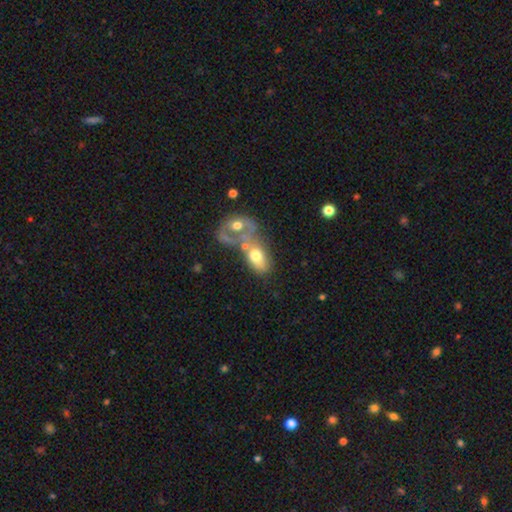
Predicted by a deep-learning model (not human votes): This appears to be a smooth galaxy with no disk features (56%) that is in between round and cigar-shaped (83%). Merging: merger (62%).